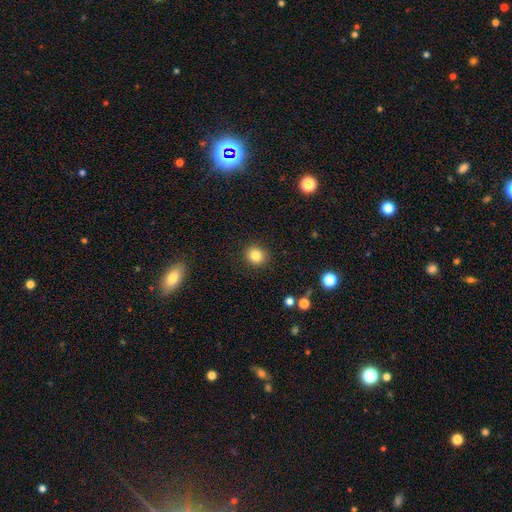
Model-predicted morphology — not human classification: A smooth galaxy with no disk features (84%) that is round (86%). Merging: none (91%).